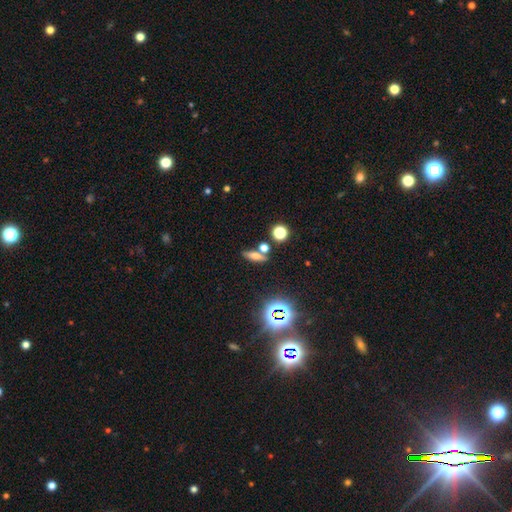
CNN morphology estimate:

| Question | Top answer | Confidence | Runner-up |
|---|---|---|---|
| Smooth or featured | smooth | 53% | featured or disk (27%) |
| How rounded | cigar-shaped | 50% | in between (38%) |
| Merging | none | 68% | merger (16%) |